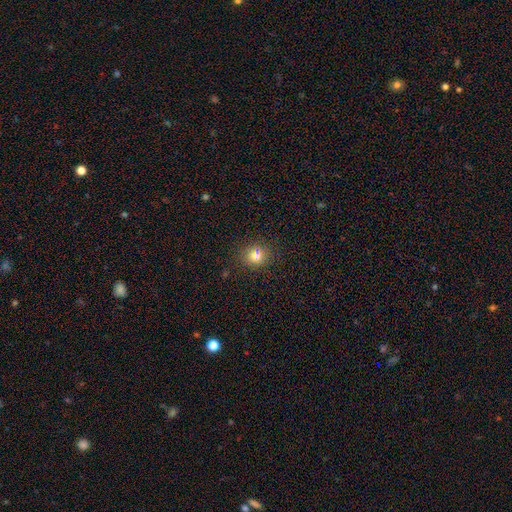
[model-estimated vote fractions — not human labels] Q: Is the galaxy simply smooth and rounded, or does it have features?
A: smooth — 74%.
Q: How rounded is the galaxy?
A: round — 77%.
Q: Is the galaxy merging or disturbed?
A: none — 84%.